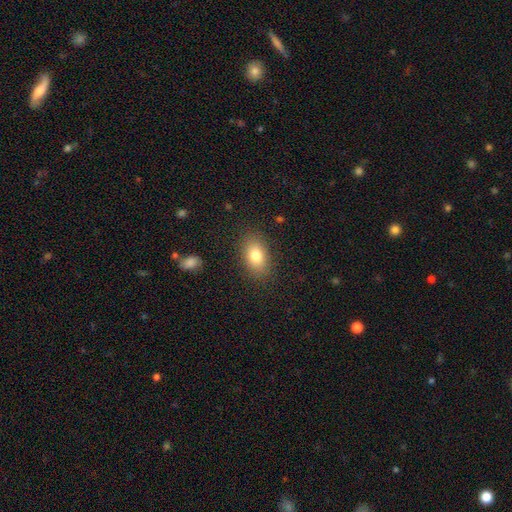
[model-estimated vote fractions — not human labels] smooth_or_featured: smooth (p=0.81) [alt: featured or disk p=0.11]
how_rounded: in between (p=0.86) [alt: round p=0.11]
merging: none (p=0.85) [alt: minor disturbance p=0.10]